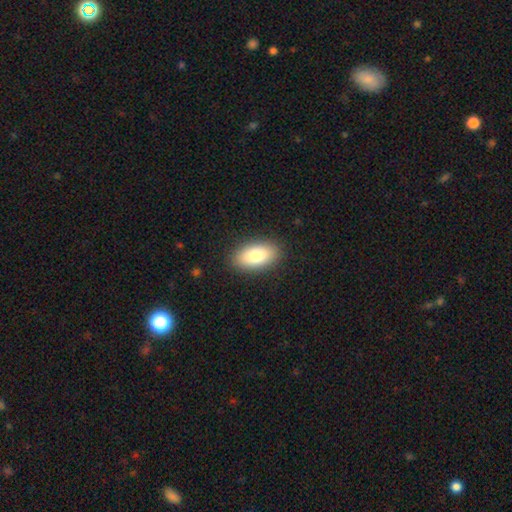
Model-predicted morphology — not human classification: Smooth or featured: smooth — 83% (featured or disk — 10%)
How rounded: in between — 92% (cigar-shaped — 5%)
Merging: none — 88% (minor disturbance — 8%)